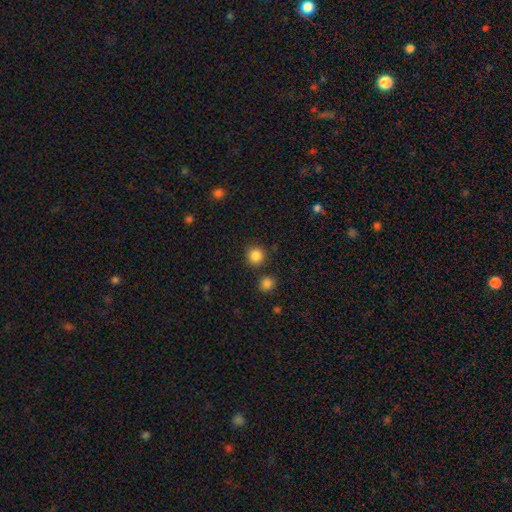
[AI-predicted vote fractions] Smooth or featured? smooth (85%)
How rounded? round (94%)
Merging? none (87%)